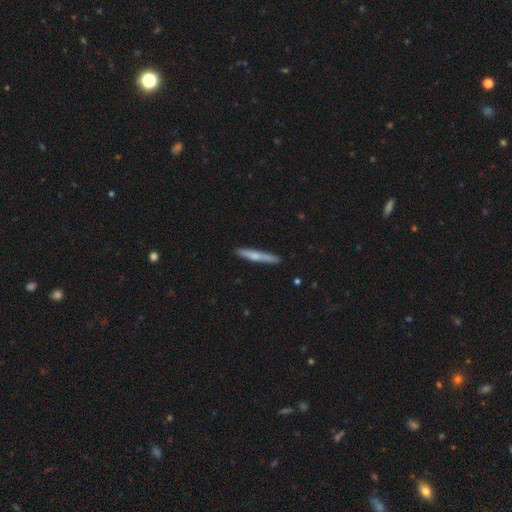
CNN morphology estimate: smooth 58%, featured or disk 37%, star or artifact 6%. Down the decision tree: how rounded — cigar-shaped (95%); merging — none (89%).